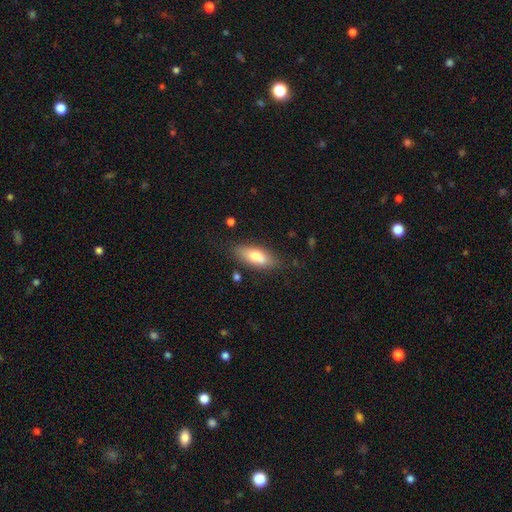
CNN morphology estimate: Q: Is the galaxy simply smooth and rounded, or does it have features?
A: smooth — 71%.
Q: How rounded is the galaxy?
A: in between — 74%.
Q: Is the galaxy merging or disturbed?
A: none — 80%.